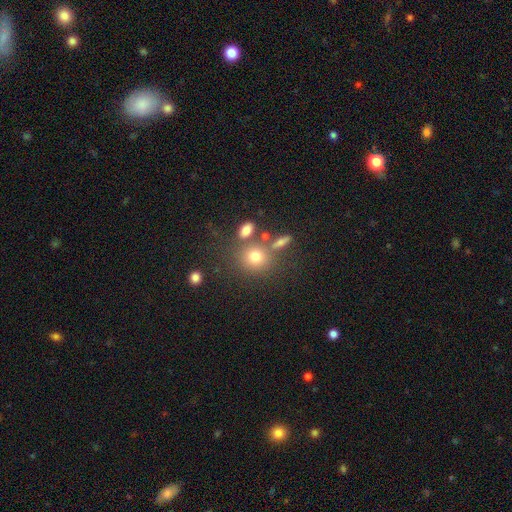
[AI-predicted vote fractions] smooth_or_featured: smooth (p=0.70) [alt: star or artifact p=0.18]
how_rounded: round (p=0.80) [alt: in between p=0.18]
merging: none (p=0.64) [alt: merger p=0.19]